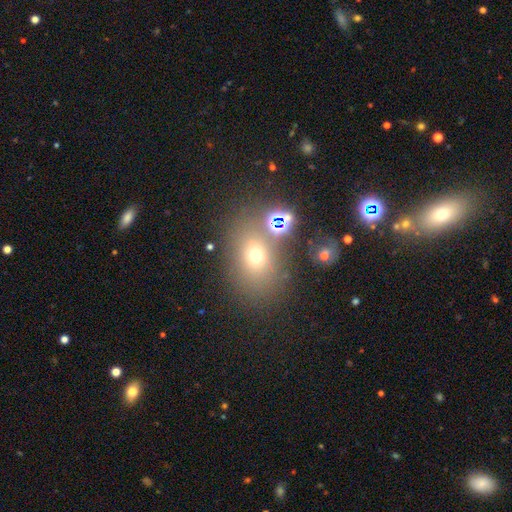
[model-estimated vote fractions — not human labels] This is likely a smooth galaxy (61%). How rounded: possibly in between (59%). Merging: likely none (69%).